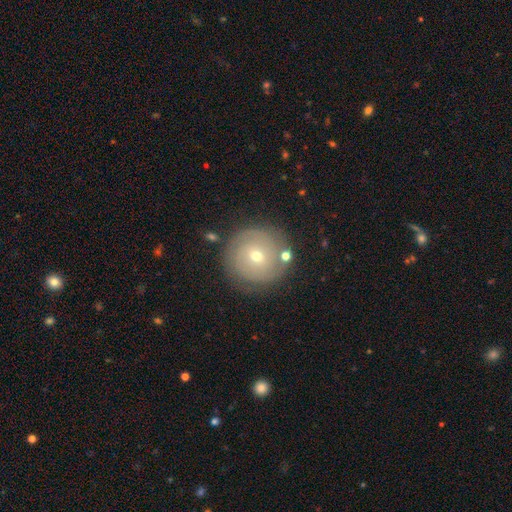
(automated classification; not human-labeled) Overall: featured or disk (59%; smooth 31%). Edge-on disk: no (97%). Bar: no (68%). Spiral arms: yes (79%). Bulge size: small (51%; moderate 46%). Merging: none (82%).